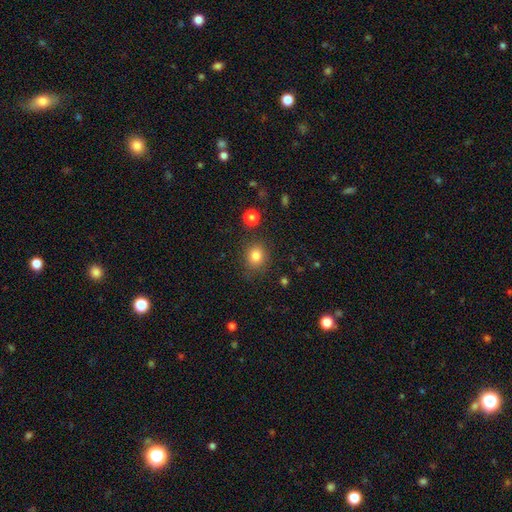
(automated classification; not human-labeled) A smooth galaxy with no disk features (82%) that is round (73%).

Vote fractions:
- Smooth or featured? smooth: 82% / star or artifact: 12% / featured or disk: 6%
- How rounded? round: 73% / in between: 26% / cigar-shaped: 1%
- Merging? none: 83% / minor disturbance: 11% / major disturbance: 4% / merger: 3%